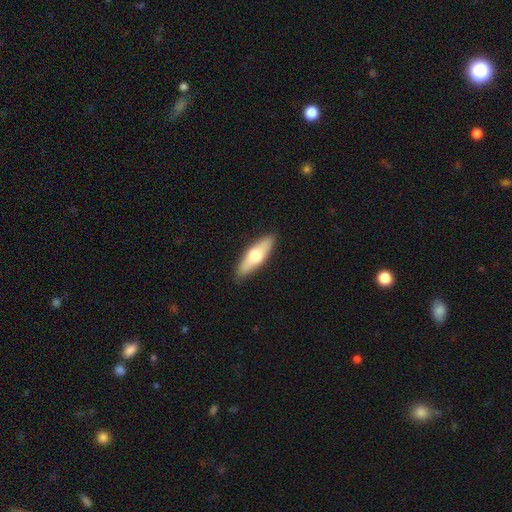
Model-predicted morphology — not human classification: smooth 58%, featured or disk 37%, star or artifact 5%. Down the decision tree: how rounded — cigar-shaped (53%); merging — none (89%).